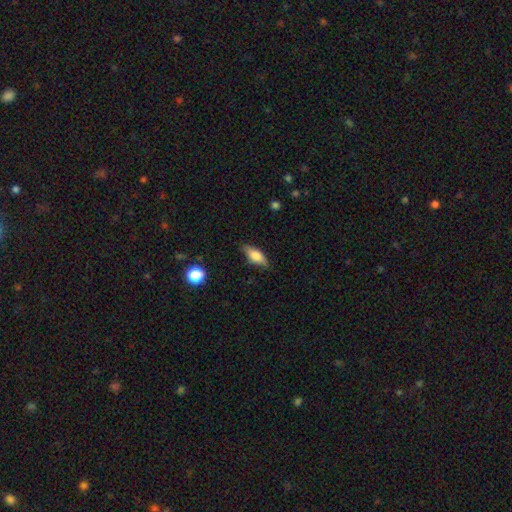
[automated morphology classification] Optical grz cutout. It shows a smooth galaxy with no disk features (73%) that is in between round and cigar-shaped (76%). Merging: none (80%).